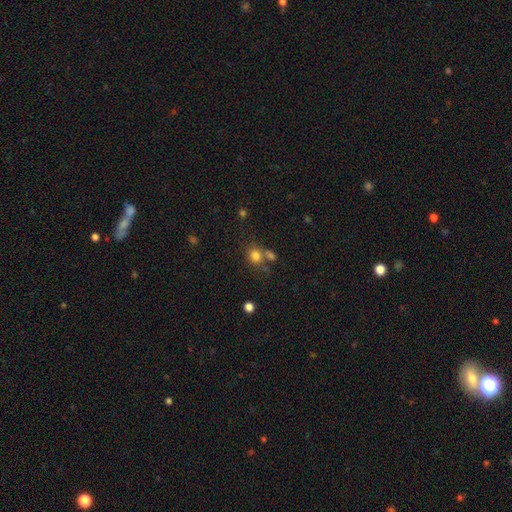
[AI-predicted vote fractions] Overall: smooth (79%). How rounded: round (71%). Merging: none (55%; merger 27%).